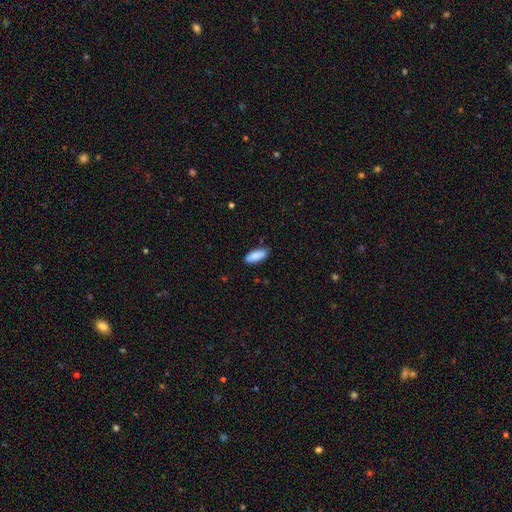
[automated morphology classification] A smooth galaxy with no disk features (88%) that is in between round and cigar-shaped (83%).

Vote fractions:
- Smooth or featured? smooth: 88% / featured or disk: 6% / star or artifact: 6%
- How rounded? in between: 83% / cigar-shaped: 15% / round: 2%
- Merging? none: 85% / minor disturbance: 11% / major disturbance: 2% / merger: 1%